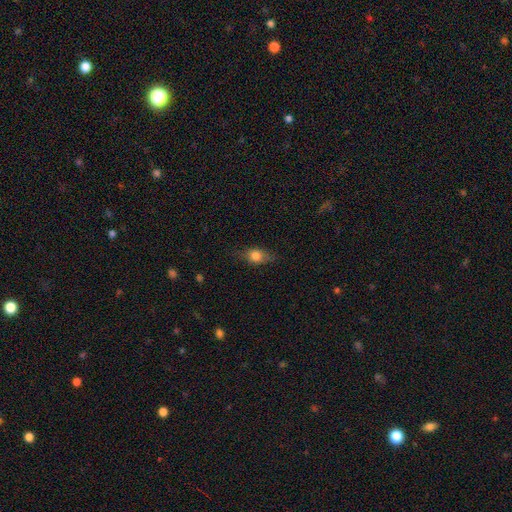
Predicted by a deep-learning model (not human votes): smooth_or_featured: smooth (p=0.66) [alt: featured or disk p=0.24]
how_rounded: in between (p=0.61) [alt: round p=0.30]
merging: none (p=0.72) [alt: minor disturbance p=0.21]